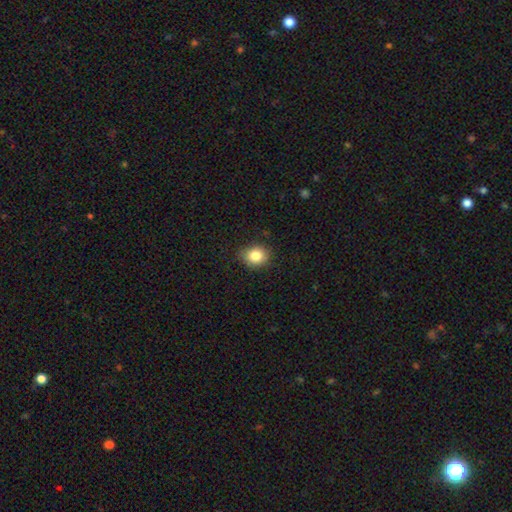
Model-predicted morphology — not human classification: A smooth galaxy with no disk features (84%) that is round (59%).

Vote fractions:
- Smooth or featured? smooth: 84% / star or artifact: 9% / featured or disk: 7%
- How rounded? round: 59% / in between: 40% / cigar-shaped: 1%
- Merging? none: 84% / minor disturbance: 12% / major disturbance: 3% / merger: 1%